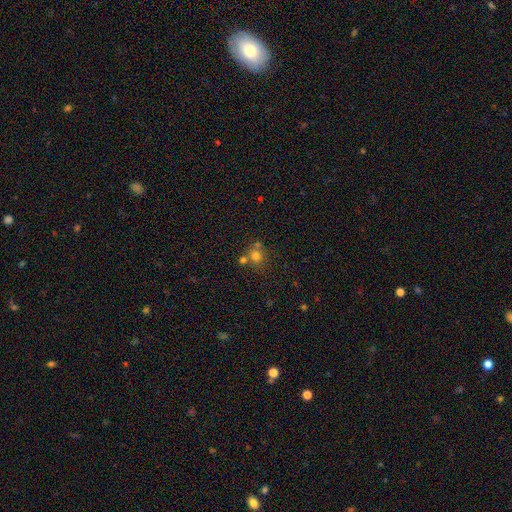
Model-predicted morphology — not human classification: smooth_or_featured: smooth (p=0.72) [alt: star or artifact p=0.17]
how_rounded: round (p=0.82) [alt: in between p=0.17]
merging: none (p=0.54) [alt: merger p=0.33]